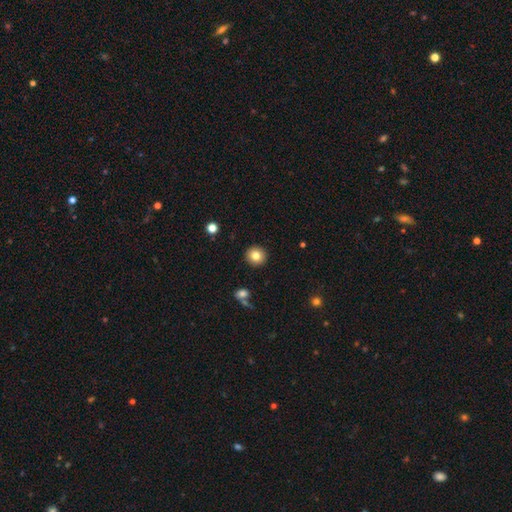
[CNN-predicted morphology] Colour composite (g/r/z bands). It shows a smooth galaxy with no disk features (82%) that is round (93%). Merging: none (92%).